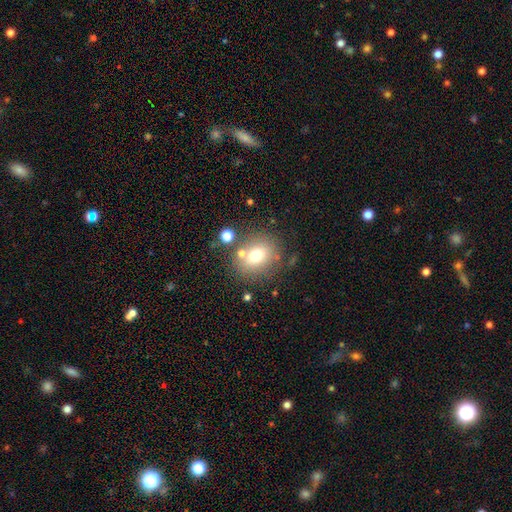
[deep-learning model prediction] Q: Smooth or featured?
A: smooth (70%); runner-up: featured or disk (16%)
Q: How rounded?
A: round (66%); runner-up: in between (33%)
Q: Merging?
A: none (72%); runner-up: minor disturbance (13%)